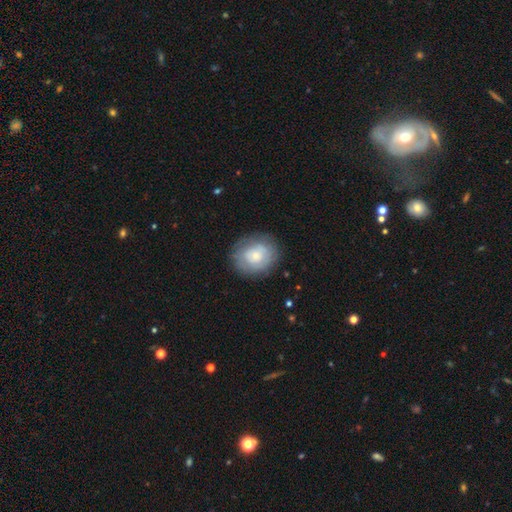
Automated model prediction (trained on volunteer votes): smooth_or_featured: smooth (p=0.58) [alt: featured or disk p=0.35]
how_rounded: round (p=0.66) [alt: in between p=0.33]
merging: none (p=0.77) [alt: minor disturbance p=0.16]